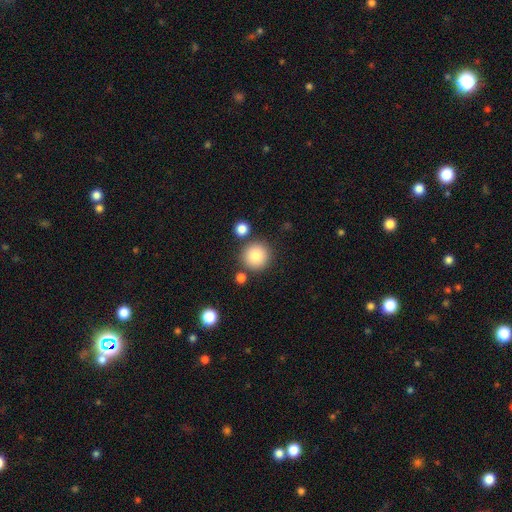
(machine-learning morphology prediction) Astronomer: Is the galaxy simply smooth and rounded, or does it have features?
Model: smooth — 85%.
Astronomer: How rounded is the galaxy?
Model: round — 94%.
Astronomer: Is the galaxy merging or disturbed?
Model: none — 82%.